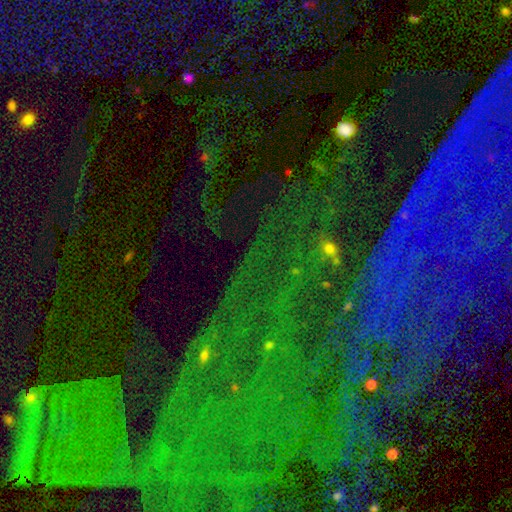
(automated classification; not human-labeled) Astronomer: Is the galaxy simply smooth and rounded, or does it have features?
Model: star or artifact — 75%.